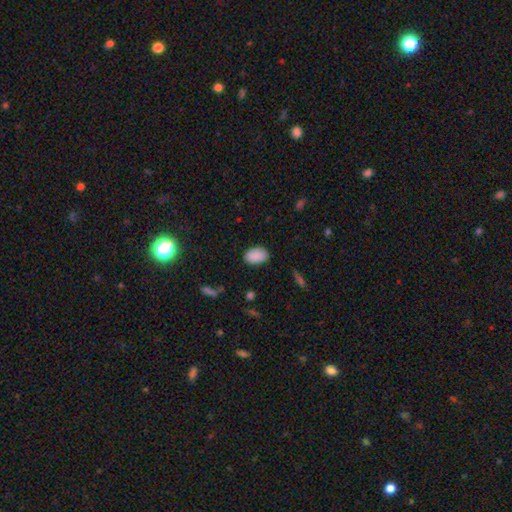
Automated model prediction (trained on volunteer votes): This appears to be a smooth galaxy with no disk features (90%) that is in between round and cigar-shaped (90%). Merging: none (86%).